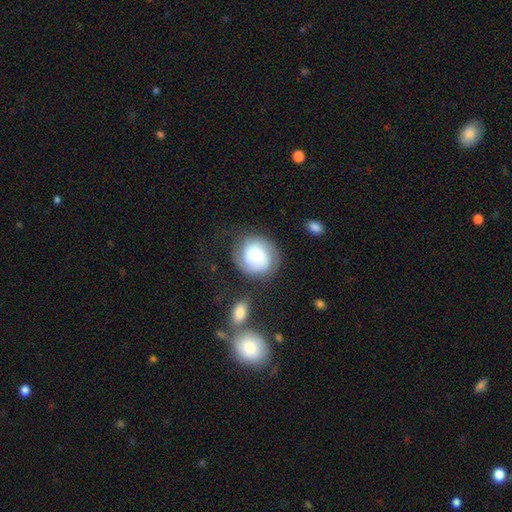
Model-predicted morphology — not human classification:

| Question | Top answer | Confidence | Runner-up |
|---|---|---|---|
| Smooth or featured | smooth | 51% | featured or disk (41%) |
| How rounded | round | 81% | in between (18%) |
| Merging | none | 60% | minor disturbance (20%) |